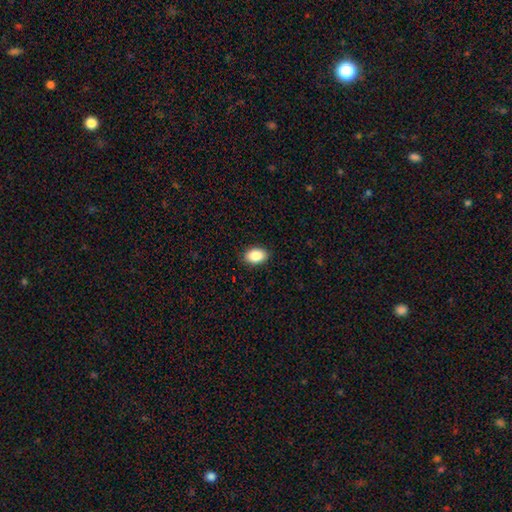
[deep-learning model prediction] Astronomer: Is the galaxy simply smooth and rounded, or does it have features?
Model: smooth — 88%.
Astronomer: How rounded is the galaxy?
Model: in between — 88%.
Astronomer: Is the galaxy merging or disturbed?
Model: none — 89%.